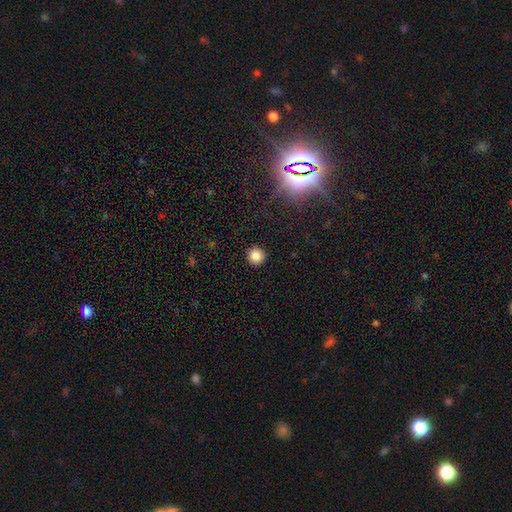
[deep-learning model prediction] Q: Smooth or featured?
A: smooth (84%); runner-up: star or artifact (12%)
Q: How rounded?
A: round (96%); runner-up: in between (3%)
Q: Merging?
A: none (93%); runner-up: minor disturbance (4%)